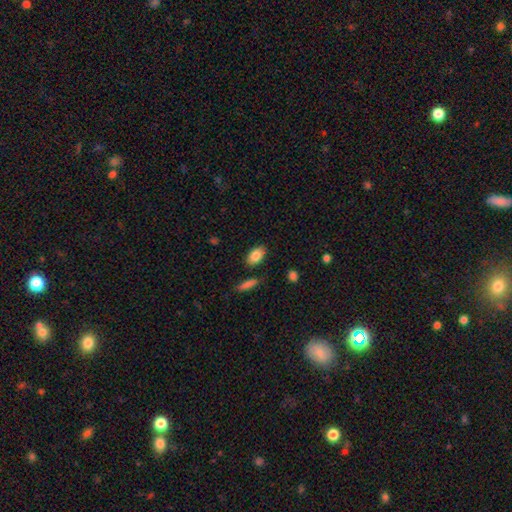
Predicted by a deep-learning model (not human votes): The model was most divided on "merging": none: 84%, minor disturbance: 11%, merger: 3%, major disturbance: 2%. More confident: how rounded — in between (90%); smooth or featured — smooth (84%).